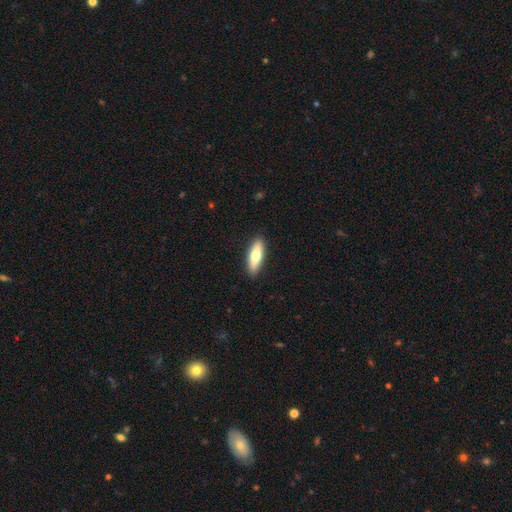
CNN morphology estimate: type=smooth (68%); roundness=in between (51%); merging=none (90%).